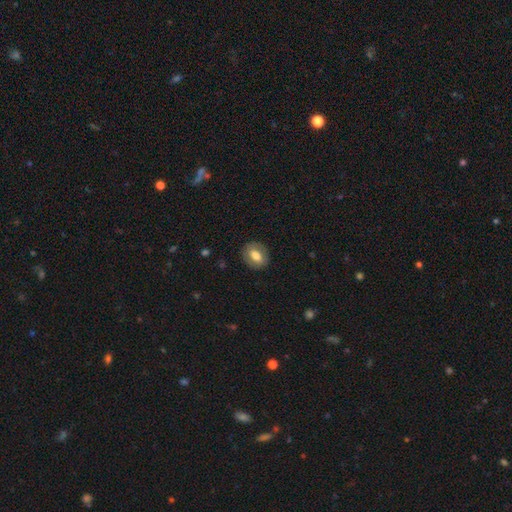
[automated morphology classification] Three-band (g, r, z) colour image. It shows a smooth galaxy with no disk features (69%) that is in between round and cigar-shaped (59%). Merging: none (85%).